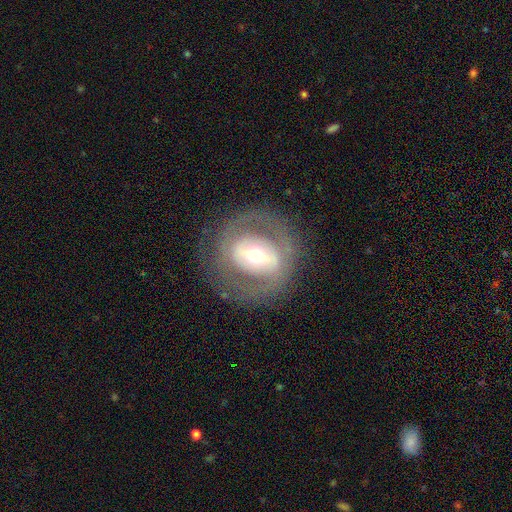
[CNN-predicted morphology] Smooth or featured? Predicted: featured or disk (p=0.67). Edge-on disk? Predicted: no (p=0.94). Bar? Predicted: strong (p=0.37). Spiral arms? Predicted: no (p=0.59). Bulge size? Predicted: moderate (p=0.62). Merging? Predicted: none (p=0.77).